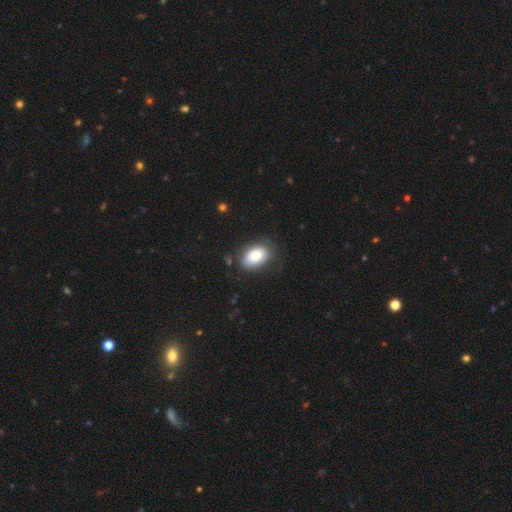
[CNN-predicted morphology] smooth_or_featured: smooth (p=0.79) [alt: featured or disk p=0.13]
how_rounded: in between (p=0.88) [alt: round p=0.10]
merging: none (p=0.71) [alt: minor disturbance p=0.20]